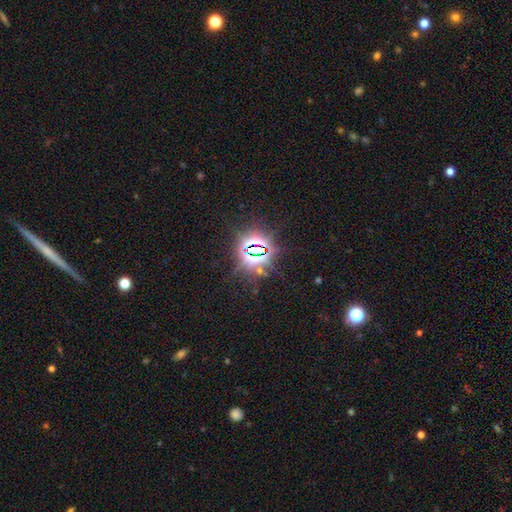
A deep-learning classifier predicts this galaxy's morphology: A star or artifact, not a galaxy (83%).

Vote fractions:
- Smooth or featured? star or artifact: 83% / smooth: 9% / featured or disk: 8%